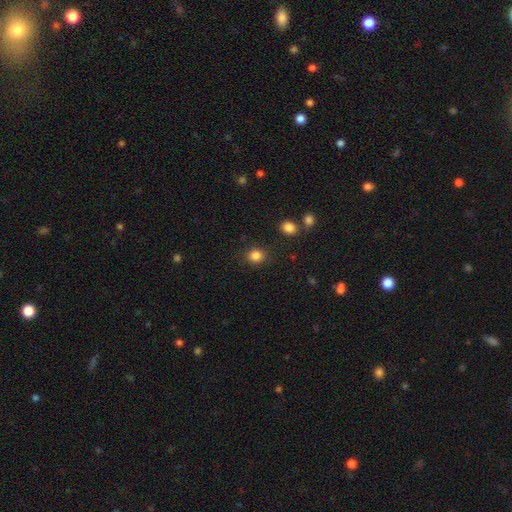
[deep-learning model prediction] The model was most divided on "how rounded": round: 76%, in between: 23%, cigar-shaped: 1%. More confident: merging — none (87%); smooth or featured — smooth (85%).